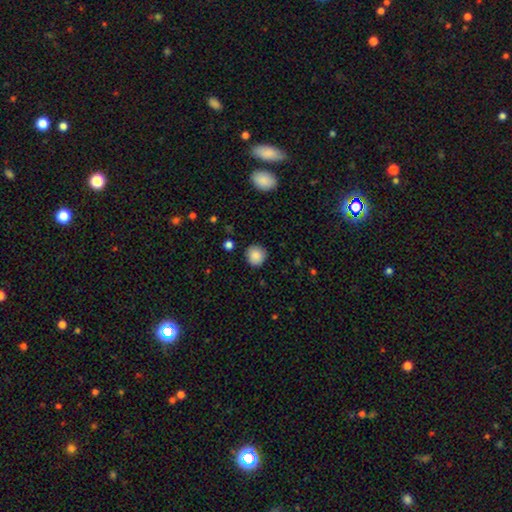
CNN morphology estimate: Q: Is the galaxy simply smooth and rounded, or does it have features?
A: smooth — 88%.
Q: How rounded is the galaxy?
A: round — 92%.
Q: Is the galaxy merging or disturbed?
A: none — 89%.